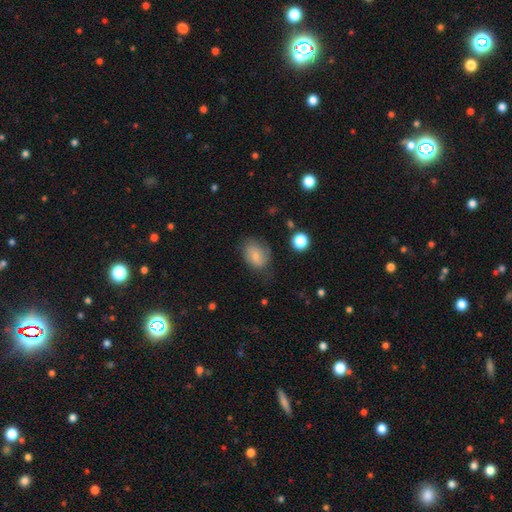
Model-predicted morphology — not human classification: smooth_or_featured: smooth (p=0.67) [alt: featured or disk p=0.23]
how_rounded: in between (p=0.69) [alt: round p=0.30]
merging: none (p=0.60) [alt: minor disturbance p=0.27]